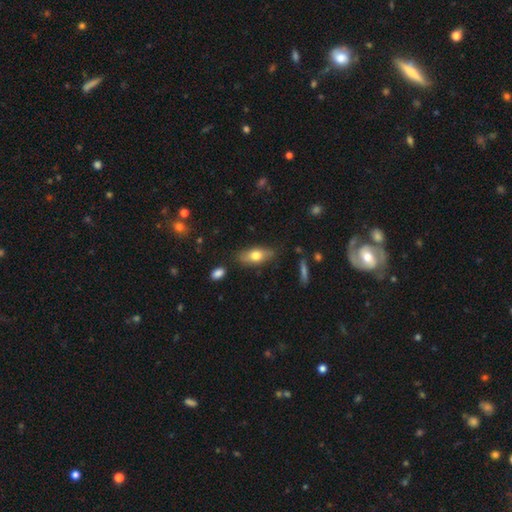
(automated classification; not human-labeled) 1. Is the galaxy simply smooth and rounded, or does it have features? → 69% smooth, 24% featured or disk, 7% star or artifact.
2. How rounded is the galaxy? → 77% in between, 19% cigar-shaped, 4% round.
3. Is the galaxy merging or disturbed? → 79% none, 15% minor disturbance, 3% major disturbance, 3% merger.